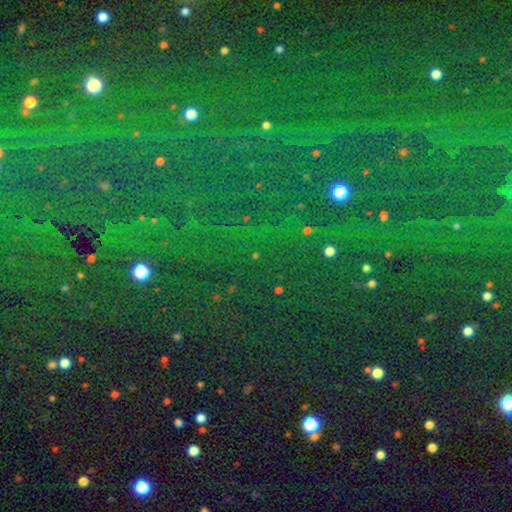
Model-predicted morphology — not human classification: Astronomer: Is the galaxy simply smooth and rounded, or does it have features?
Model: star or artifact — 74%.